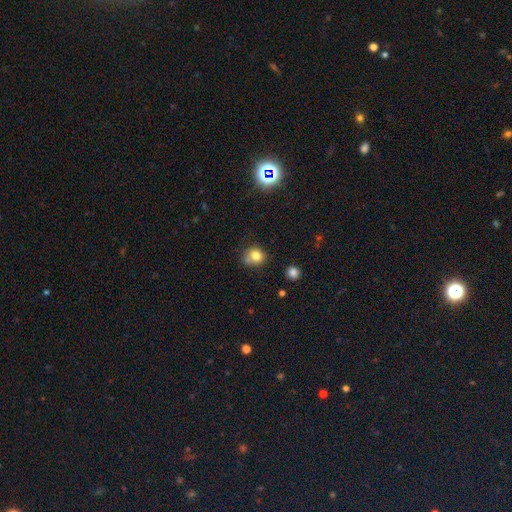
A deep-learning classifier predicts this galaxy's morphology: Smooth or featured? smooth (78%)
How rounded? round (73%)
Merging? none (56%)